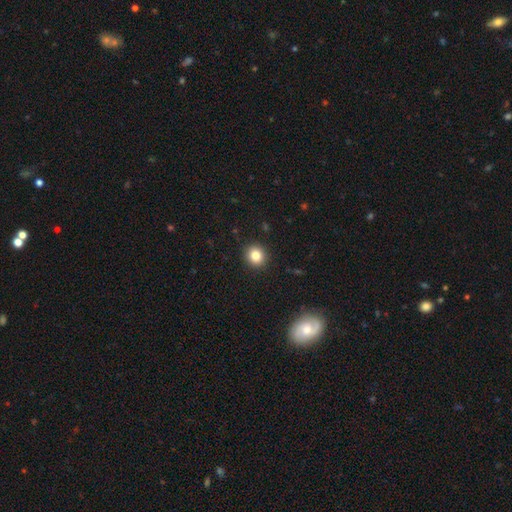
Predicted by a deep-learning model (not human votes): Smooth or featured?
  - smooth: 83% *
  - star or artifact: 11%
  - featured or disk: 6%
How rounded?
  - round: 87% *
  - in between: 12%
  - cigar-shaped: 1%
Merging?
  - none: 92% *
  - minor disturbance: 5%
  - major disturbance: 2%
  - merger: 1%